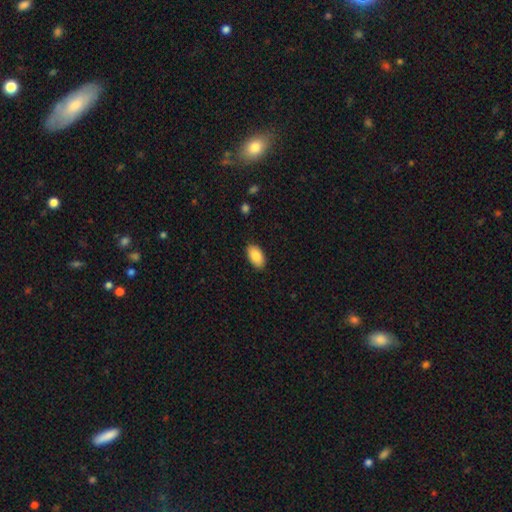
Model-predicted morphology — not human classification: A smooth galaxy with no disk features (87%) that is in between round and cigar-shaped (95%).

Vote fractions:
- Smooth or featured? smooth: 87% / featured or disk: 7% / star or artifact: 7%
- How rounded? in between: 95% / round: 3% / cigar-shaped: 2%
- Merging? none: 88% / minor disturbance: 9% / major disturbance: 2% / merger: 1%